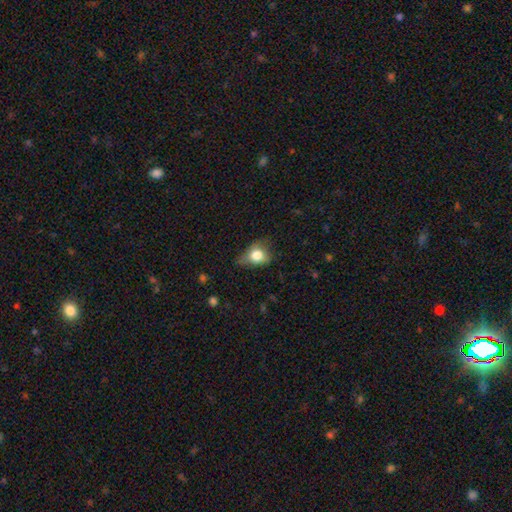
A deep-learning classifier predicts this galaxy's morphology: smooth-or-featured: smooth: 71% | featured or disk: 19% | star or artifact: 10%
  how-rounded: in between: 58% | round: 39% | cigar-shaped: 3%
  merging: minor disturbance: 37% | none: 35% | major disturbance: 25% | merger: 3%